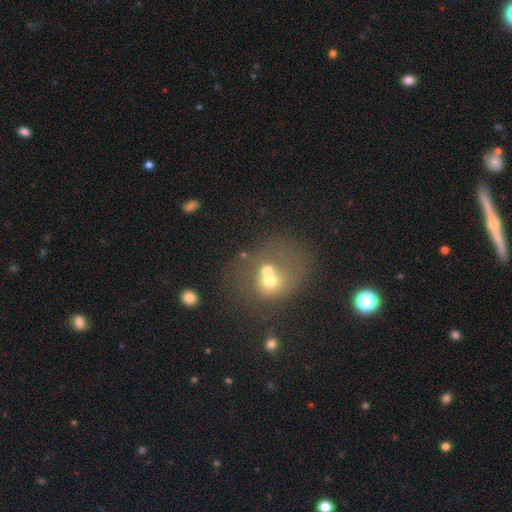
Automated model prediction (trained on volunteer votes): A smooth galaxy with no disk features (40%).

Vote fractions:
- Smooth or featured? smooth: 40% / featured or disk: 33% / star or artifact: 27%
- Merging? none: 61% / minor disturbance: 17% / major disturbance: 13% / merger: 9%